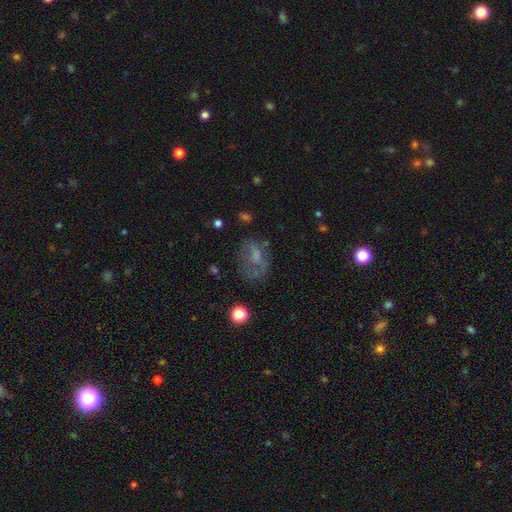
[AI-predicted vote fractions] Overall: smooth (49%; featured or disk 35%). Merging: none (44%; major disturbance 30%).